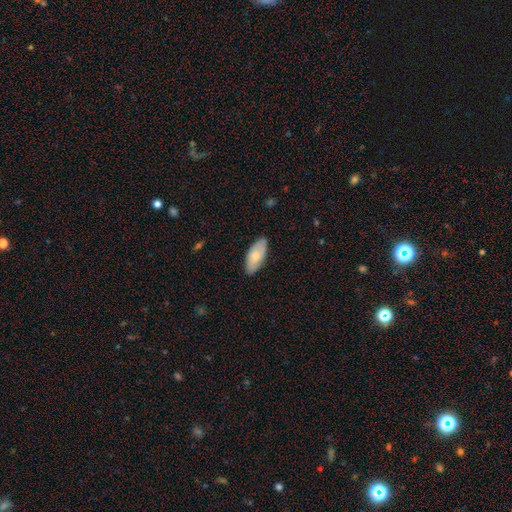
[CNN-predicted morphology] smooth 71%, featured or disk 23%, star or artifact 6%. Down the decision tree: how rounded — in between (90%); merging — none (84%).